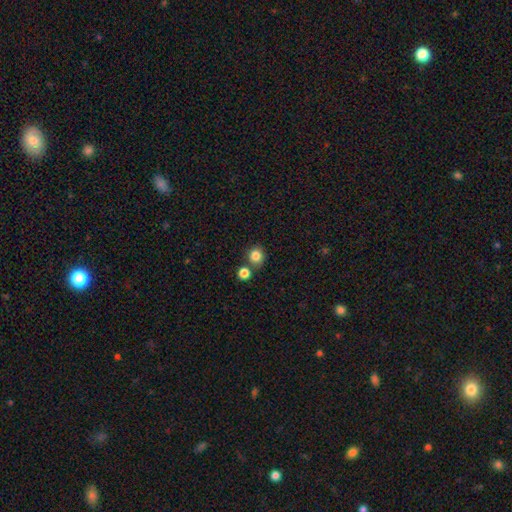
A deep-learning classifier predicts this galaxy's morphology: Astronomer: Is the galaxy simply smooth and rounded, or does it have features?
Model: smooth — 83%.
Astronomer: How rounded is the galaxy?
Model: round — 87%.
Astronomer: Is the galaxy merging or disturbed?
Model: none — 71%.